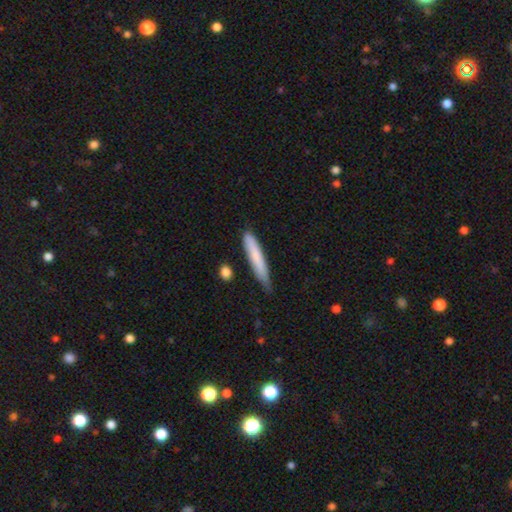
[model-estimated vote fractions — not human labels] Q: Smooth or featured?
A: smooth (77%); runner-up: featured or disk (18%)
Q: How rounded?
A: cigar-shaped (93%); runner-up: in between (6%)
Q: Merging?
A: none (67%); runner-up: minor disturbance (26%)